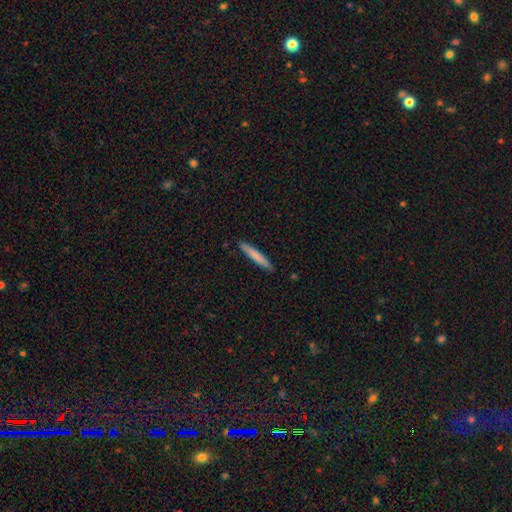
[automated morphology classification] smooth-or-featured: smooth: 76% | featured or disk: 19% | star or artifact: 5%
  how-rounded: cigar-shaped: 95% | in between: 4% | round: 1%
  merging: none: 90% | minor disturbance: 7% | major disturbance: 1% | merger: 1%